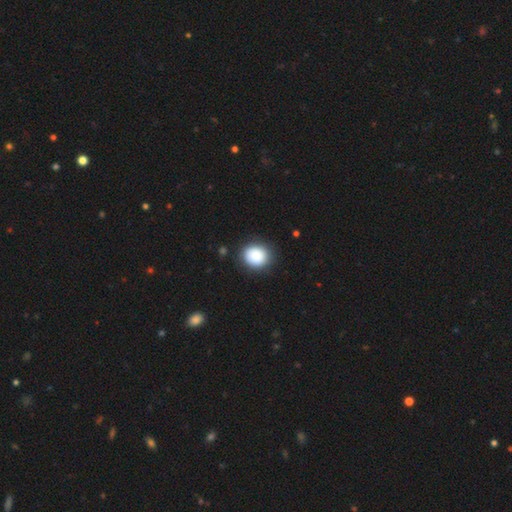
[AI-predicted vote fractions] Smooth or featured? smooth (88%)
How rounded? round (71%)
Merging? none (87%)